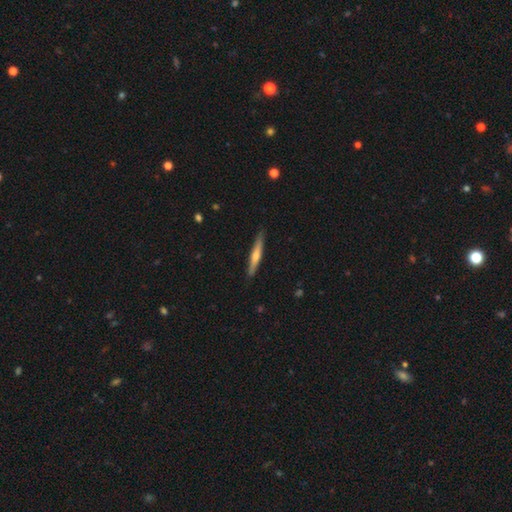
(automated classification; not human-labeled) A featured or disk galaxy (51%) viewed edge-on (96%).

Vote fractions:
- Smooth or featured? featured or disk: 51% / smooth: 44% / star or artifact: 6%
- Edge-on disk? yes: 96% / no: 4%
- Merging? none: 89% / minor disturbance: 9% / major disturbance: 1% / merger: 1%